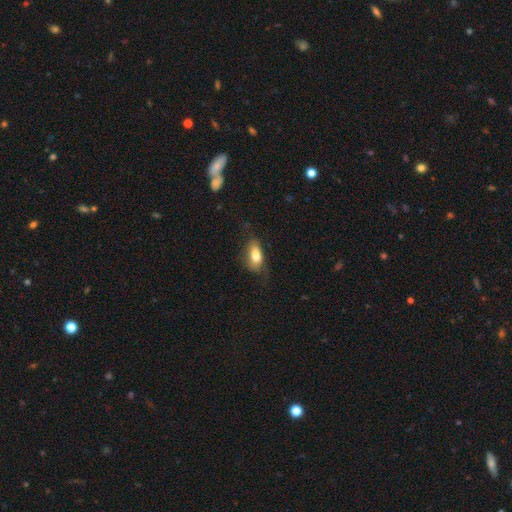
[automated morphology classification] A smooth galaxy with no disk features (77%) that is in between round and cigar-shaped (86%).

Vote fractions:
- Smooth or featured? smooth: 77% / featured or disk: 16% / star or artifact: 8%
- How rounded? in between: 86% / cigar-shaped: 10% / round: 4%
- Merging? none: 59% / minor disturbance: 26% / major disturbance: 13% / merger: 2%